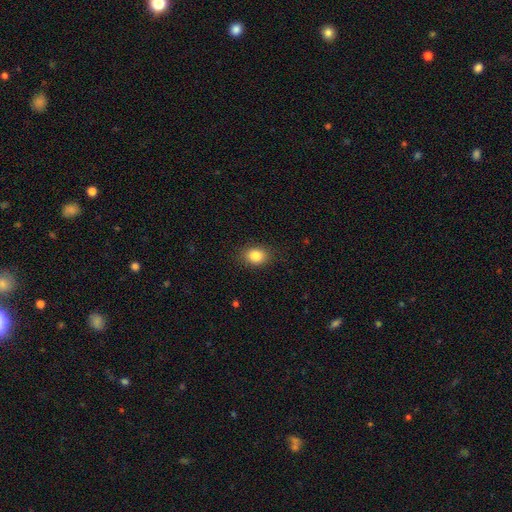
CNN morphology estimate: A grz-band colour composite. It shows a smooth galaxy with no disk features (84%) that is in between round and cigar-shaped (60%). Merging: none (87%).